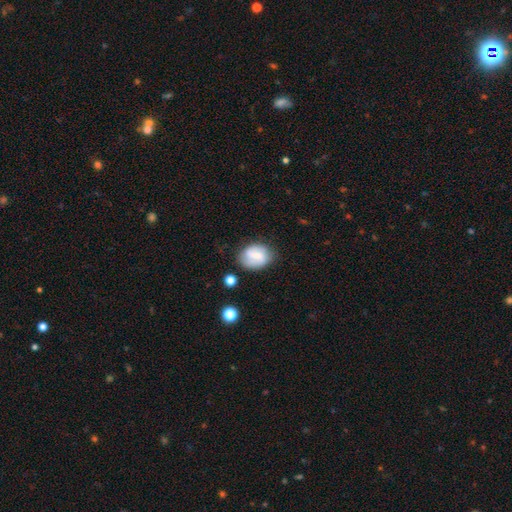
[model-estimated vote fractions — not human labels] Smooth or featured? smooth (51%)
How rounded? in between (57%)
Merging? none (70%)